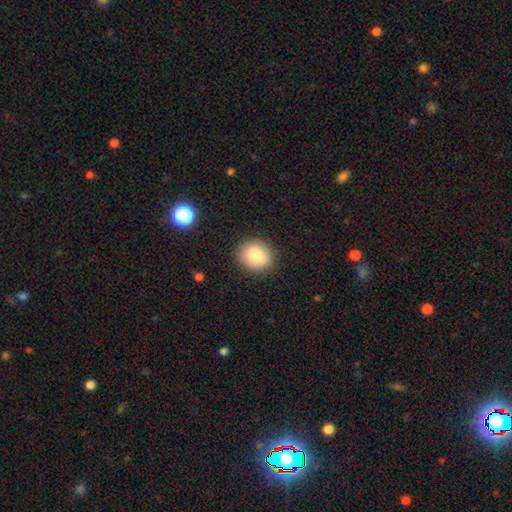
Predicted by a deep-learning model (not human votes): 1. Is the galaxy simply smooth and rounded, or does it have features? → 84% smooth, 9% star or artifact, 7% featured or disk.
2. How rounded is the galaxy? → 76% round, 23% in between, 1% cigar-shaped.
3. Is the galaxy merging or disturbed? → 88% none, 8% minor disturbance, 2% major disturbance, 1% merger.